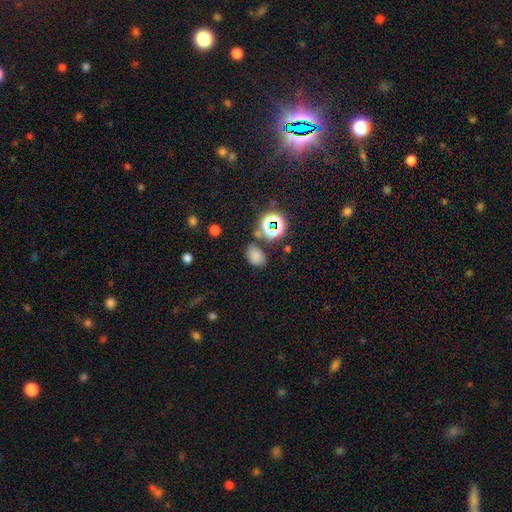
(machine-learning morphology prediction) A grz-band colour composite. It shows a smooth galaxy with no disk features (69%) that is in between round and cigar-shaped (72%). Merging: none (65%).